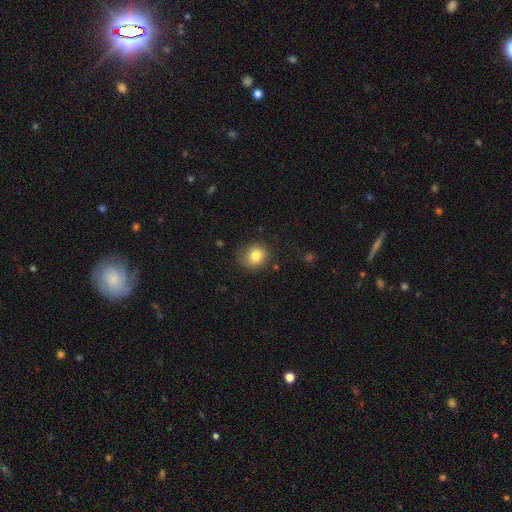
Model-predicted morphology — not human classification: smooth-or-featured: smooth: 82% | star or artifact: 10% | featured or disk: 8%
  how-rounded: round: 81% | in between: 18% | cigar-shaped: 1%
  merging: none: 78% | minor disturbance: 16% | major disturbance: 4% | merger: 2%